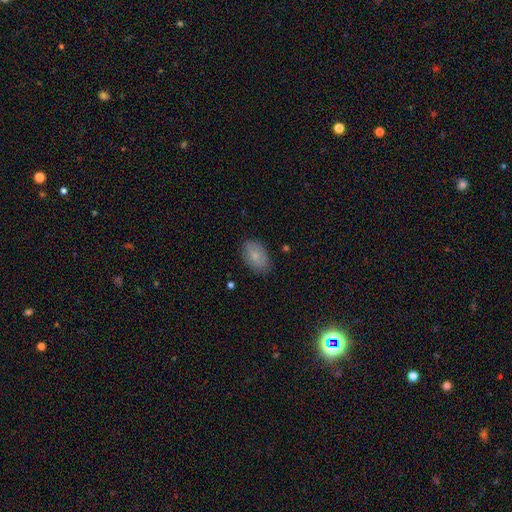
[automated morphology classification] A smooth galaxy with no disk features (75%) that is in between round and cigar-shaped (90%). Merging: none (82%).